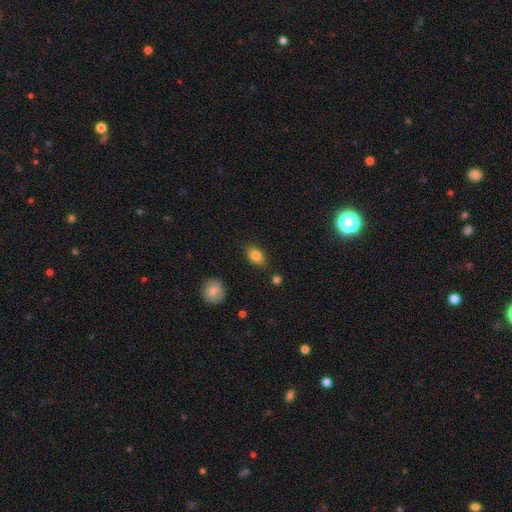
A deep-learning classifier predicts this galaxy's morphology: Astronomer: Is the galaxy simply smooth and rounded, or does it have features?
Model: smooth — 83%.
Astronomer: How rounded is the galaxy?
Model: in between — 84%.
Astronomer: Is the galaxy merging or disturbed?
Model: none — 81%.